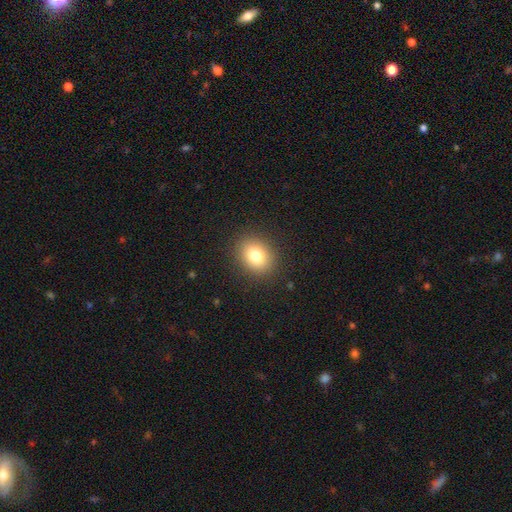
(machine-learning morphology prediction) A smooth galaxy with no disk features (82%) that is in between round and cigar-shaped (54%). Merging: none (88%).